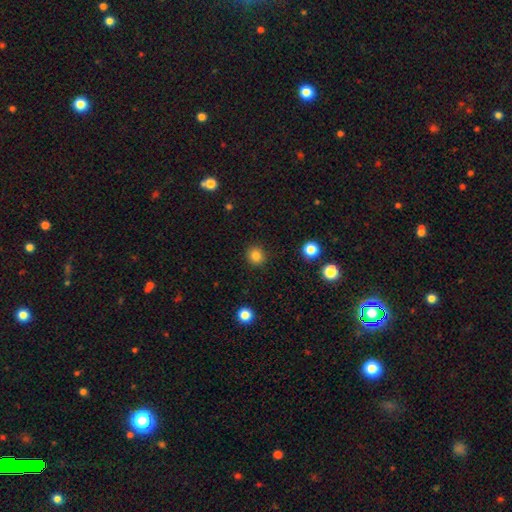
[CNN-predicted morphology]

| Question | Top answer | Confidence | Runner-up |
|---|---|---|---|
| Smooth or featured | smooth | 82% | star or artifact (12%) |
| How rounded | round | 90% | in between (9%) |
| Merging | none | 91% | minor disturbance (6%) |